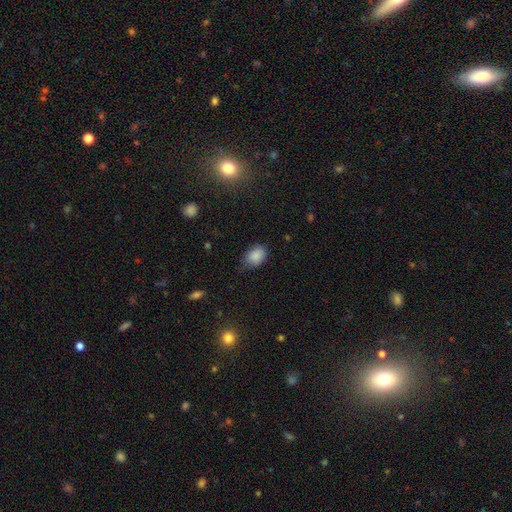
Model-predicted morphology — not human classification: Smooth or featured? Predicted: smooth (p=0.87). How rounded? Predicted: in between (p=0.79). Merging? Predicted: none (p=0.66).